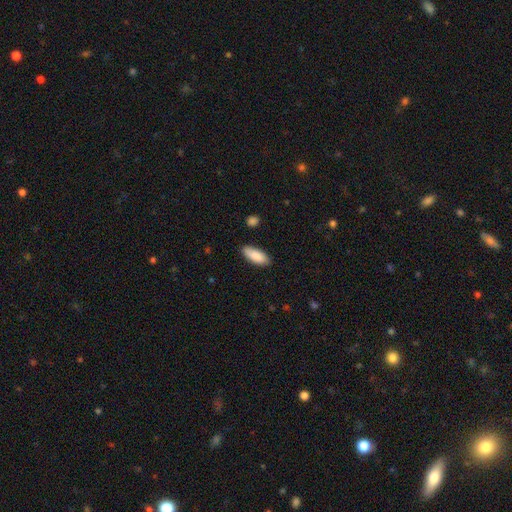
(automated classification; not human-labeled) smooth 88%, featured or disk 6%, star or artifact 6%. Down the decision tree: how rounded — in between (80%); merging — none (84%).